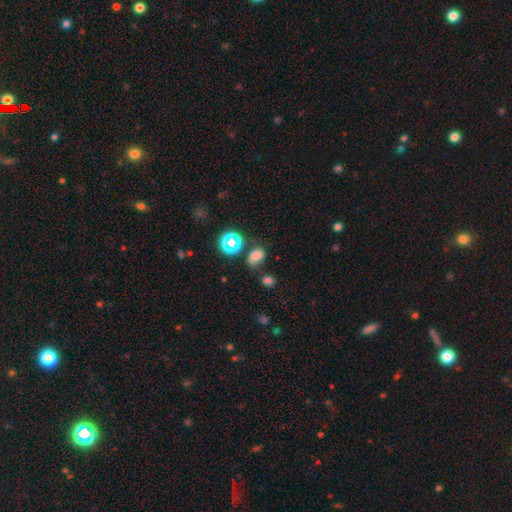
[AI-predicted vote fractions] A smooth galaxy with no disk features (65%) that is in between round and cigar-shaped (70%). Merging: none (58%).